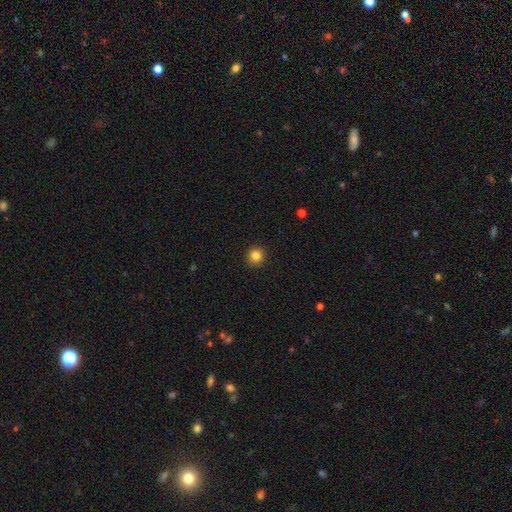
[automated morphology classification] smooth 84%, star or artifact 11%, featured or disk 4%. Down the decision tree: how rounded — round (93%); merging — none (92%).